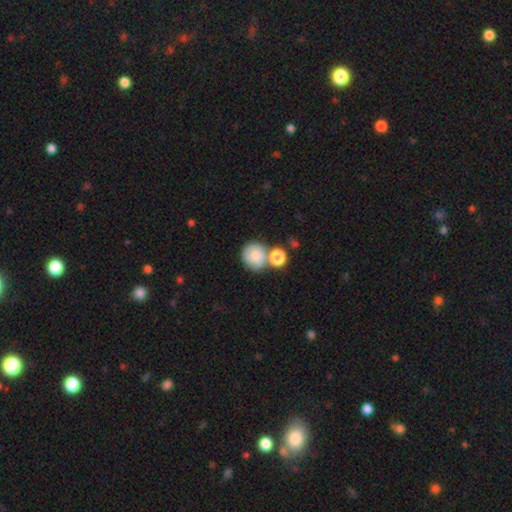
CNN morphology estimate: This is likely a smooth galaxy (76%). How rounded: clearly round (82%). Merging: marginally none (45%).